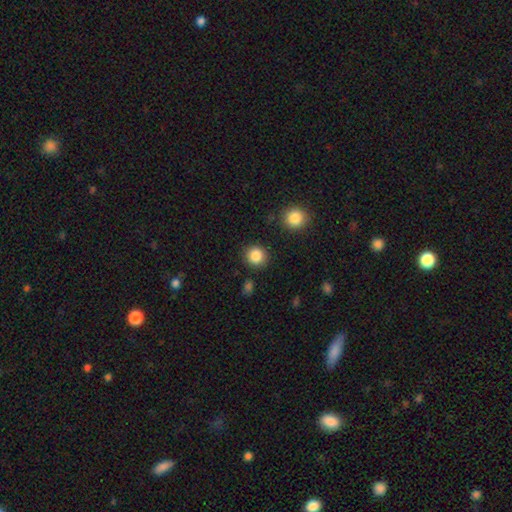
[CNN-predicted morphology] This is clearly a smooth galaxy (87%). How rounded: clearly round (90%). Merging: clearly none (88%).